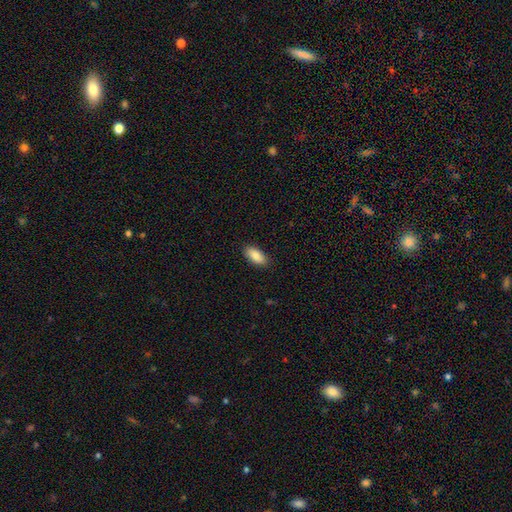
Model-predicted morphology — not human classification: Overall: smooth (85%). How rounded: in between (88%). Merging: none (88%).